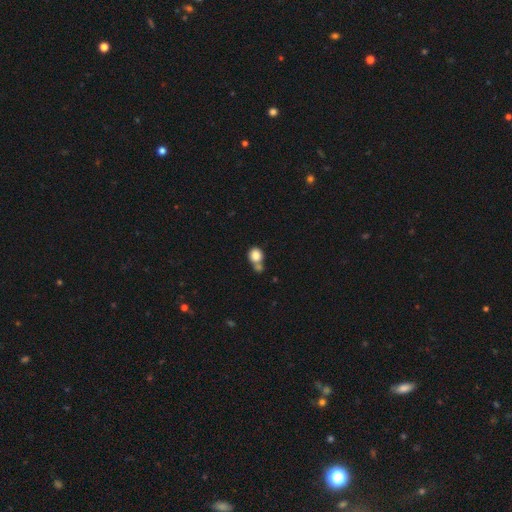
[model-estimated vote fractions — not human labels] Smooth or featured: smooth — 83% (star or artifact — 9%)
How rounded: round — 77% (in between — 22%)
Merging: none — 42% (tied with merger — 42%)